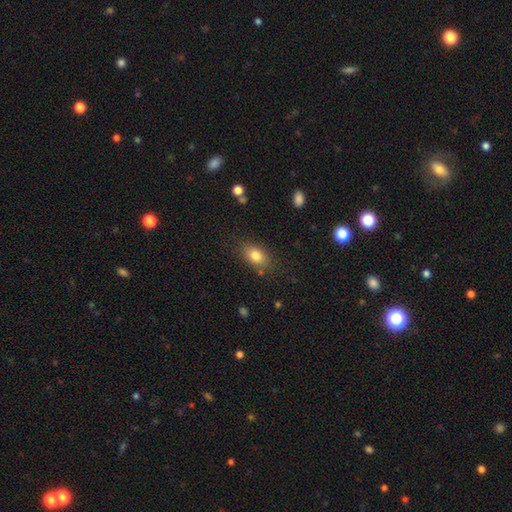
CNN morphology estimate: smooth 80%, featured or disk 10%, star or artifact 9%. Down the decision tree: how rounded — in between (82%); merging — none (80%).